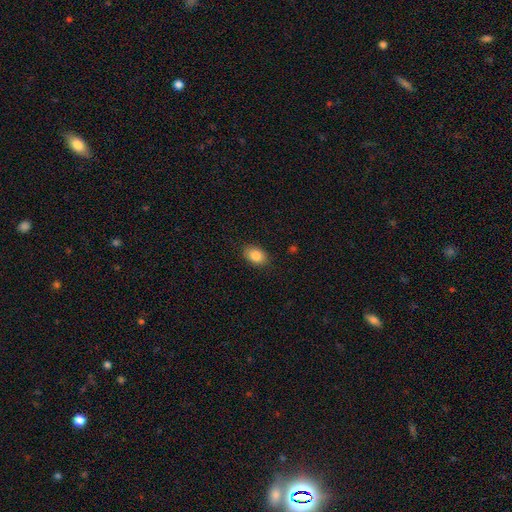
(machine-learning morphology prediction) Overall: smooth (86%). How rounded: in between (85%). Merging: none (86%).